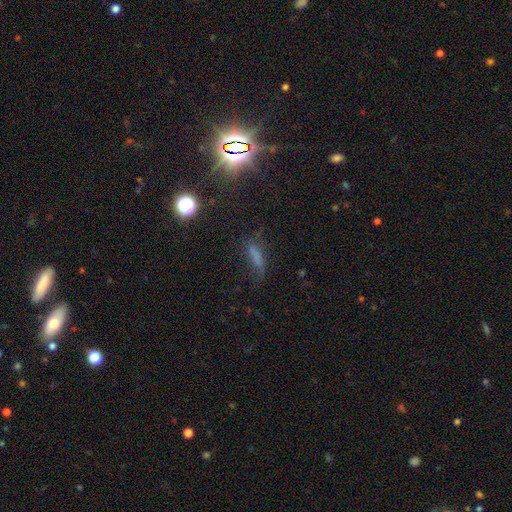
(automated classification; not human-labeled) This appears to be a smooth galaxy with no disk features (61%) that is cigar-shaped (69%). Merging: none (56%).